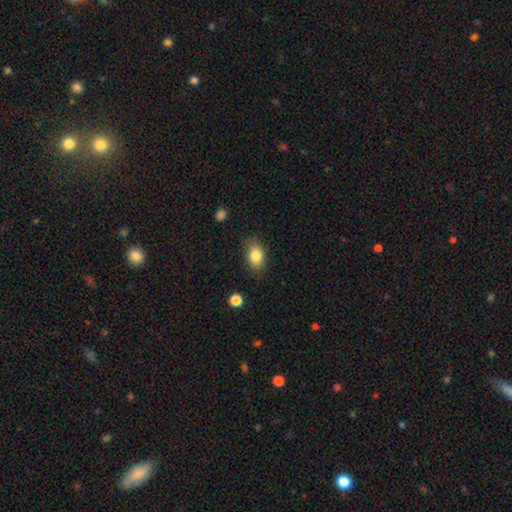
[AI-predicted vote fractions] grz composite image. It shows a smooth galaxy with no disk features (84%) that is in between round and cigar-shaped (82%). Merging: none (81%).